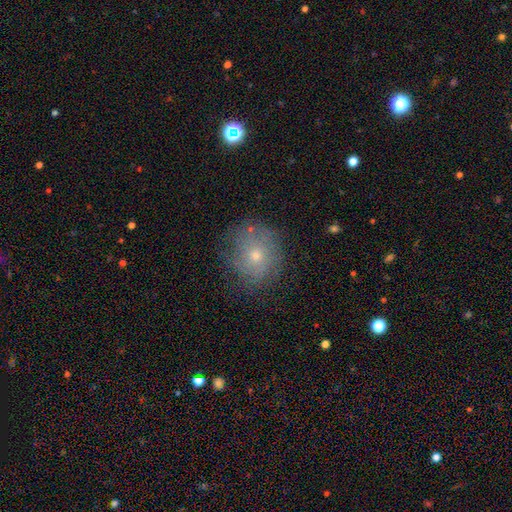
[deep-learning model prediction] Smooth or featured? smooth (50%)
How rounded? round (84%)
Merging? none (72%)